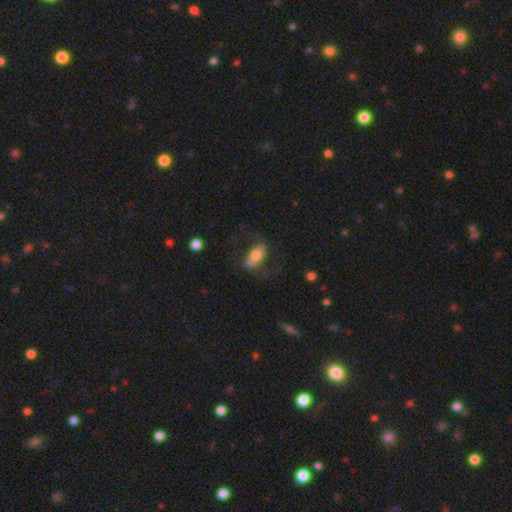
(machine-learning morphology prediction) This is possibly a smooth galaxy (55%). How rounded: clearly in between (85%). Merging: possibly none (58%).